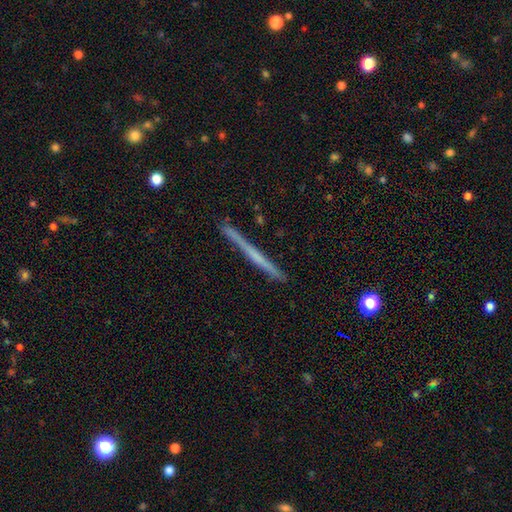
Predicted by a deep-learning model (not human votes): Smooth or featured: featured or disk — 59% (smooth — 35%)
Edge-on disk: yes — 98% (no — 2%)
Edge-on bulge: none — 81% (rounded — 13%)
Merging: none — 91% (minor disturbance — 7%)